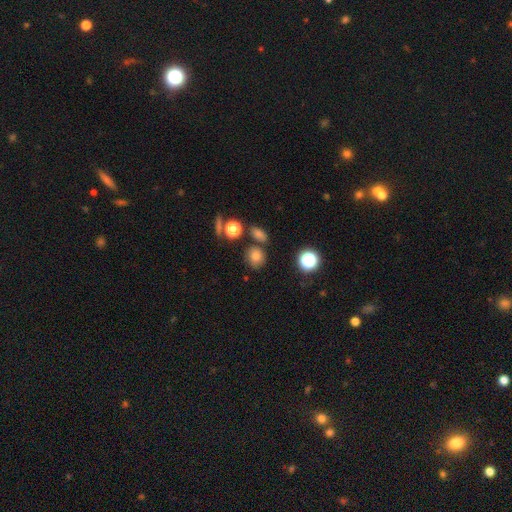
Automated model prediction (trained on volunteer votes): smooth-or-featured: smooth: 77% | star or artifact: 16% | featured or disk: 8%
  how-rounded: round: 79% | in between: 20% | cigar-shaped: 1%
  merging: none: 73% | minor disturbance: 12% | merger: 11% | major disturbance: 4%